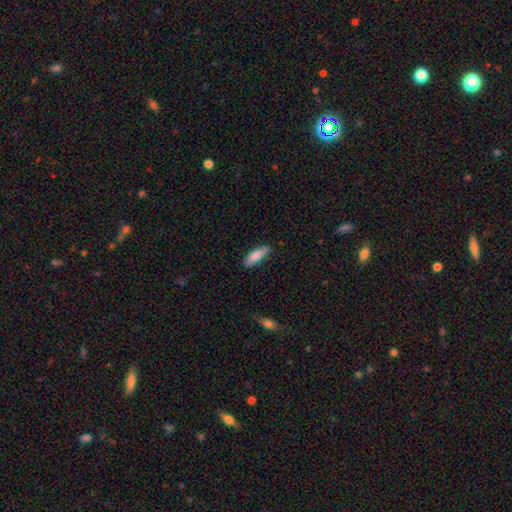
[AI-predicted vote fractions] smooth-or-featured: smooth: 84% | featured or disk: 10% | star or artifact: 6%
  how-rounded: cigar-shaped: 50% | in between: 48% | round: 2%
  merging: none: 82% | minor disturbance: 14% | major disturbance: 2% | merger: 1%